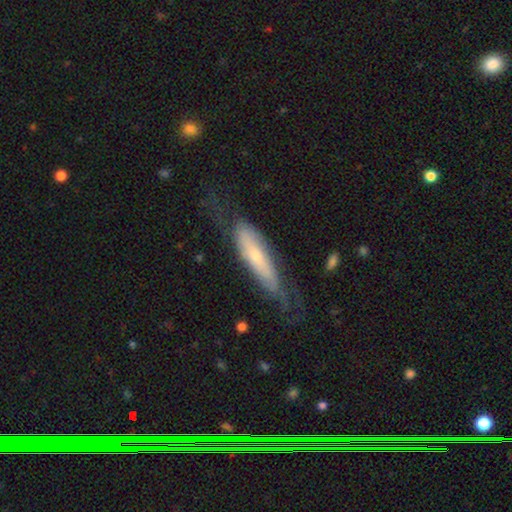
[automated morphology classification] This appears to be a featured or disk galaxy (54%). Merging: none (56%).